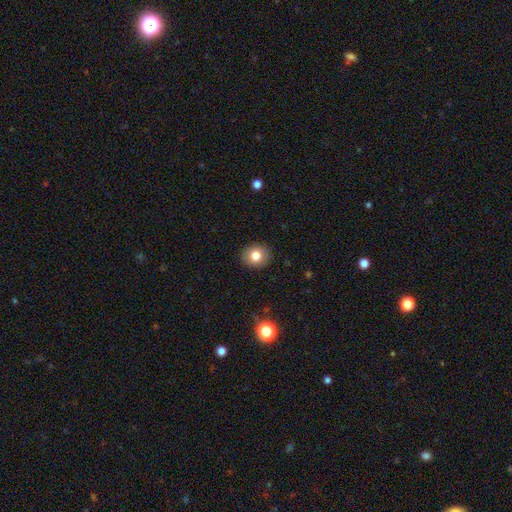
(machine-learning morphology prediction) type=smooth (81%); roundness=round (73%); merging=none (90%).